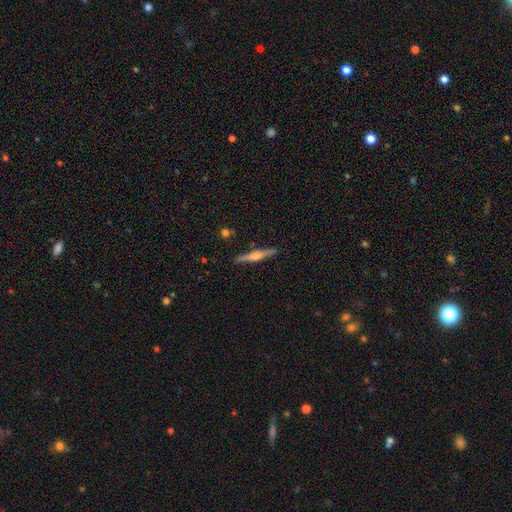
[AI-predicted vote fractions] This appears to be a featured or disk galaxy (66%) viewed edge-on (98%) with a rounded central bulge (86%). Merging: none (90%).